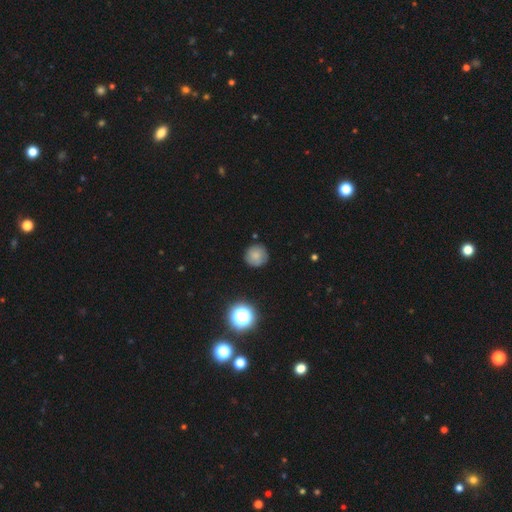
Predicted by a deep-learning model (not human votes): A smooth galaxy with no disk features (77%) that is round (94%). Merging: none (86%).